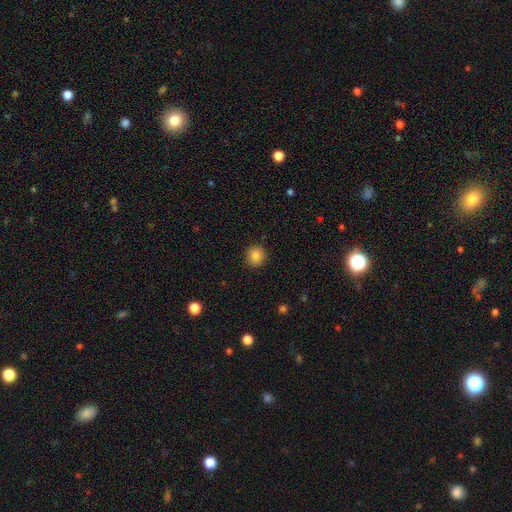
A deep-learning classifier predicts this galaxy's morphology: This appears to be a smooth galaxy with no disk features (84%) that is round (91%). Merging: none (91%).